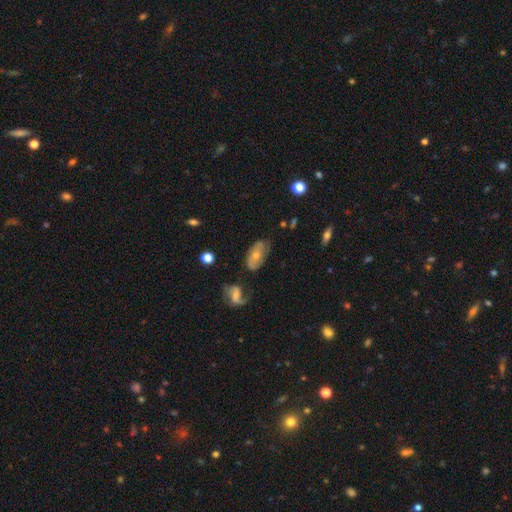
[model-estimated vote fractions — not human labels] The model was most divided on "smooth or featured": featured or disk: 48%, smooth: 45%, star or artifact: 8%. More confident: merging — none (52%).